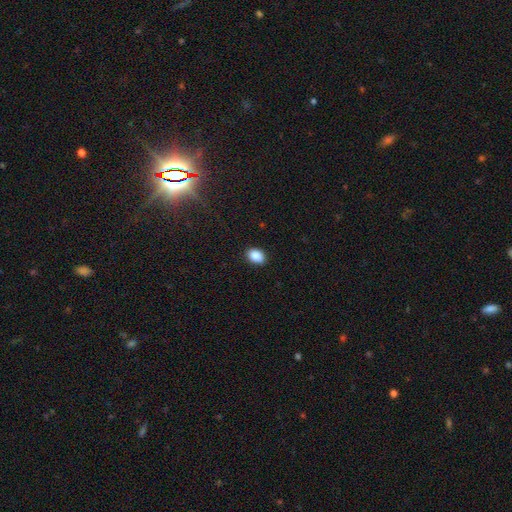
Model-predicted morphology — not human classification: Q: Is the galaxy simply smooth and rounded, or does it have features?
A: smooth — 89%.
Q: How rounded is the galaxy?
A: in between — 76%.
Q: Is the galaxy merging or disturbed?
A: none — 89%.